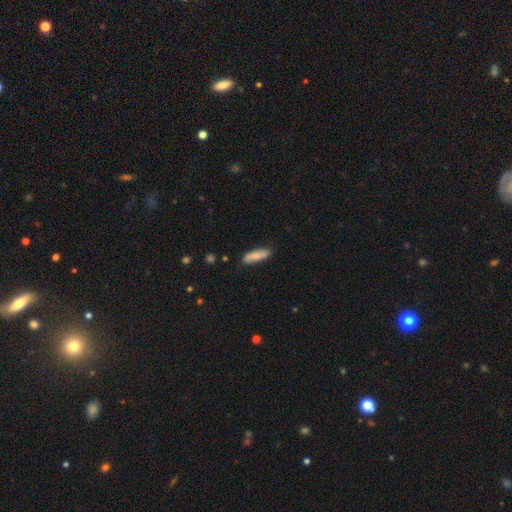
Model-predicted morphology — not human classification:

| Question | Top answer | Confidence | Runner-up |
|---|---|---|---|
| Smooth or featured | smooth | 80% | featured or disk (14%) |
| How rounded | cigar-shaped | 55% | in between (43%) |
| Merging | none | 83% | minor disturbance (13%) |